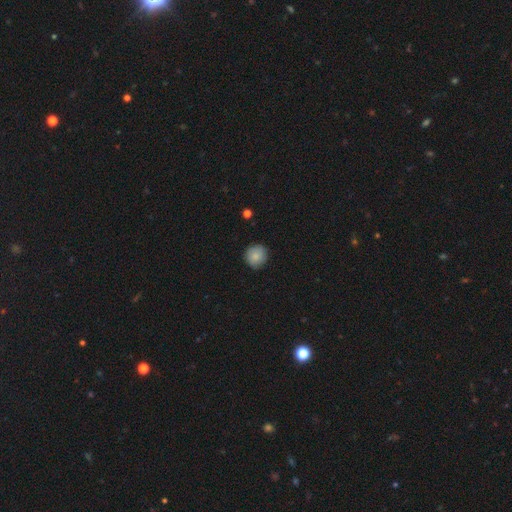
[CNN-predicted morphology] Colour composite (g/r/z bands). It shows a smooth galaxy with no disk features (84%) that is round (91%). Merging: none (85%).